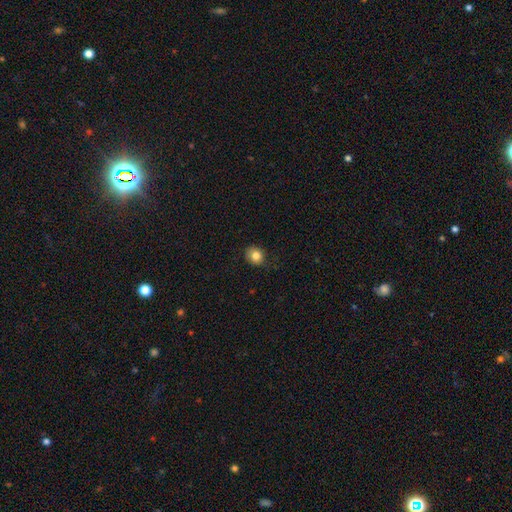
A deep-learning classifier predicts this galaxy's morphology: Smooth or featured? Predicted: smooth (p=0.82). How rounded? Predicted: round (p=0.78). Merging? Predicted: none (p=0.81).